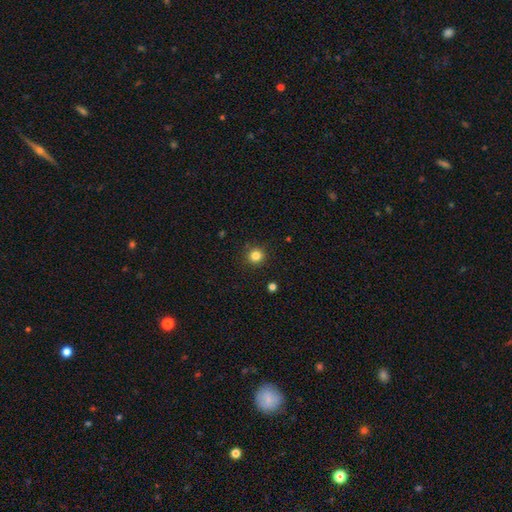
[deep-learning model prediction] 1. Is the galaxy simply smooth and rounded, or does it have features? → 83% smooth, 12% star or artifact, 4% featured or disk.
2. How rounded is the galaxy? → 94% round, 5% in between, 1% cigar-shaped.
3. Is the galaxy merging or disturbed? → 91% none, 6% minor disturbance, 2% major disturbance, 1% merger.